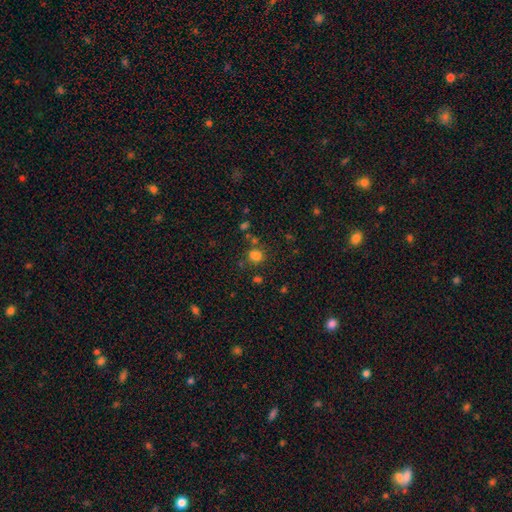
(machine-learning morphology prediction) Smooth or featured?
  - smooth: 77% *
  - star or artifact: 17%
  - featured or disk: 6%
How rounded?
  - round: 78% *
  - in between: 21%
  - cigar-shaped: 1%
Merging?
  - none: 71% *
  - merger: 12%
  - minor disturbance: 12%
  - major disturbance: 5%